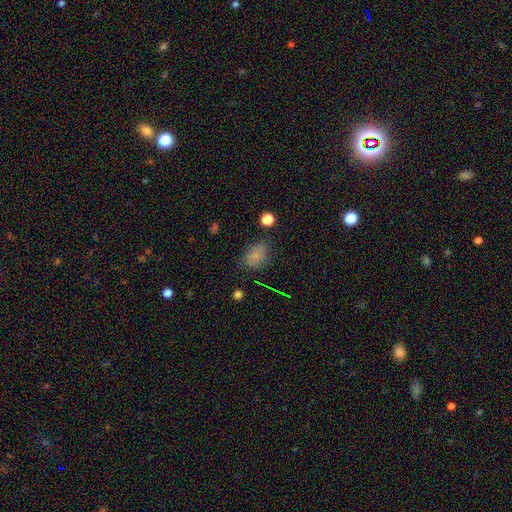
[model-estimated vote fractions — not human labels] Smooth or featured? Predicted: smooth (p=0.73). How rounded? Predicted: in between (p=0.72). Merging? Predicted: none (p=0.62).